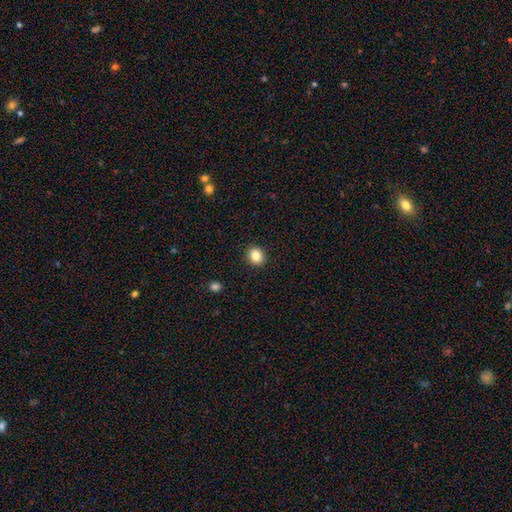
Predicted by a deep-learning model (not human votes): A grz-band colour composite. It shows a smooth galaxy with no disk features (84%) that is round (78%). Merging: none (92%).